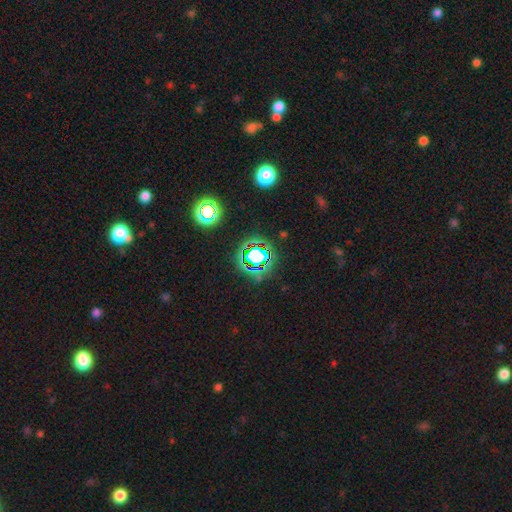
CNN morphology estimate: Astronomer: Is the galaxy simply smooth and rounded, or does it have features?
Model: star or artifact — 64%.